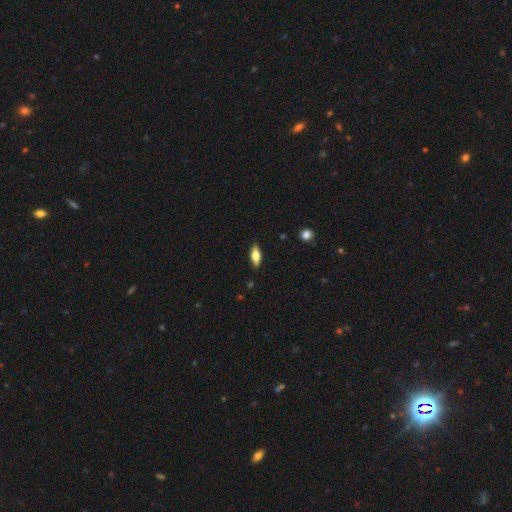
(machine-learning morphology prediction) Smooth or featured?
  - smooth: 60% *
  - featured or disk: 33%
  - star or artifact: 7%
How rounded?
  - in between: 68% *
  - cigar-shaped: 29%
  - round: 3%
Merging?
  - none: 88% *
  - minor disturbance: 9%
  - major disturbance: 2%
  - merger: 1%